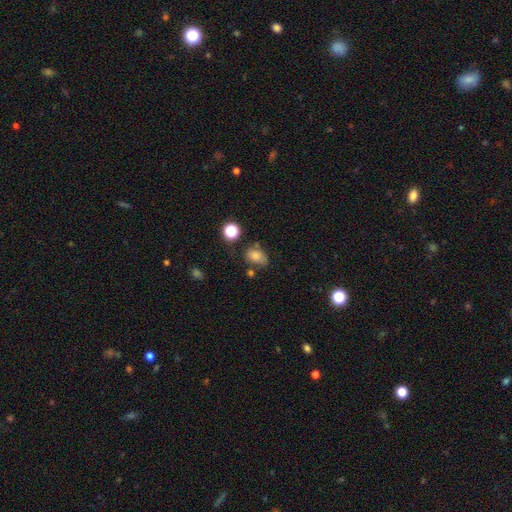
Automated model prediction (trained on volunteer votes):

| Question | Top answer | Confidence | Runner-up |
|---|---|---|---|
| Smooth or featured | smooth | 75% | star or artifact (14%) |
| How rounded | in between | 73% | round (26%) |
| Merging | none | 52% | minor disturbance (28%) |